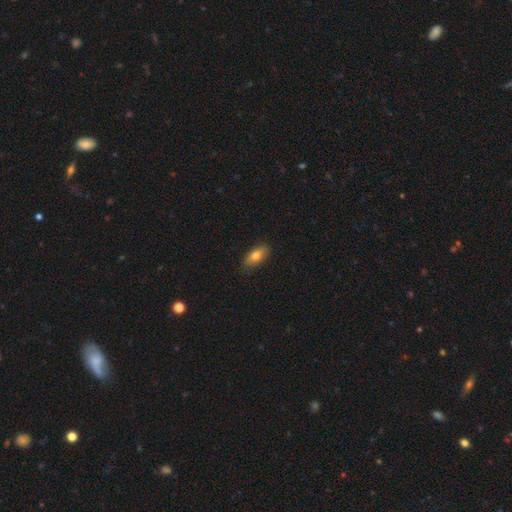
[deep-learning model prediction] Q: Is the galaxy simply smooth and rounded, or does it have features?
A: smooth — 76%.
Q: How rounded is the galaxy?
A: in between — 81%.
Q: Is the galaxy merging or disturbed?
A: none — 84%.